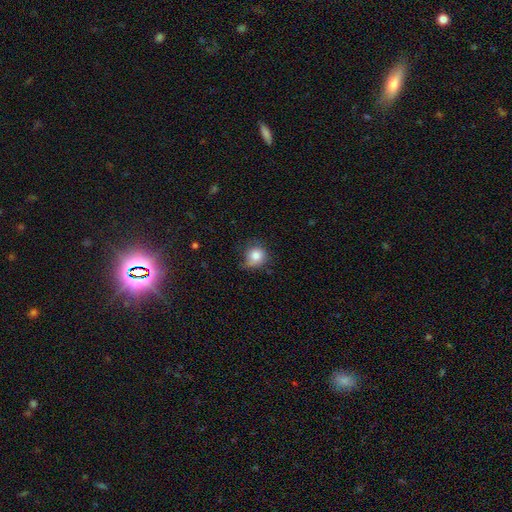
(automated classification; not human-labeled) A smooth galaxy with no disk features (82%) that is round (83%).

Vote fractions:
- Smooth or featured? smooth: 82% / star or artifact: 9% / featured or disk: 9%
- How rounded? round: 83% / in between: 16% / cigar-shaped: 1%
- Merging? none: 55% / minor disturbance: 33% / major disturbance: 10% / merger: 2%